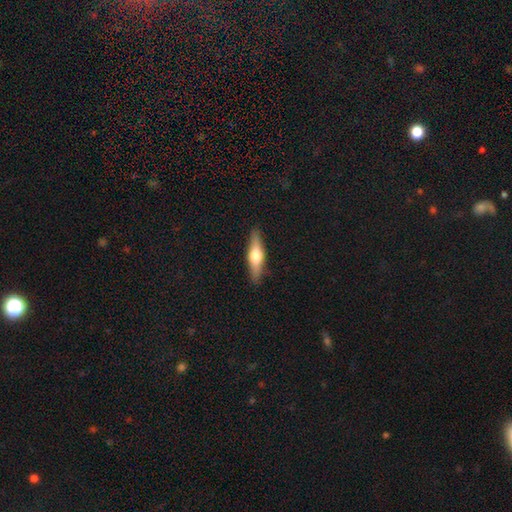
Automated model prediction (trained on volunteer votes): Smooth or featured? featured or disk (50%)
Merging? none (89%)